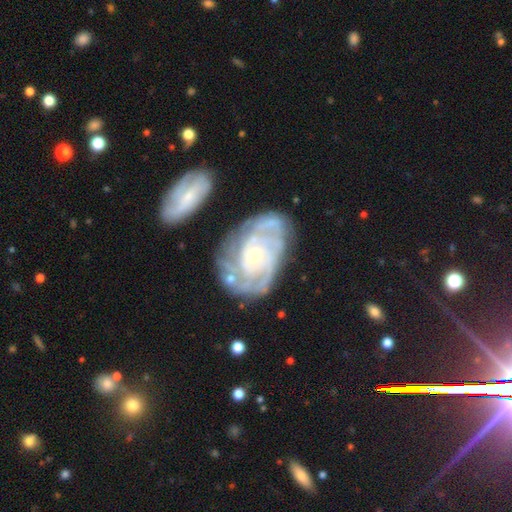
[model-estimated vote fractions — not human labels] This is clearly a featured or disk galaxy (83%). It is clearly not viewed edge-on (96%). Bar: likely no (73%). Spiral arm pattern: clearly yes (92%). Spiral arm count: marginally can't tell (38%). Spiral winding: likely tight (66%). Central bulge: likely small (64%). Merging: likely none (62%).